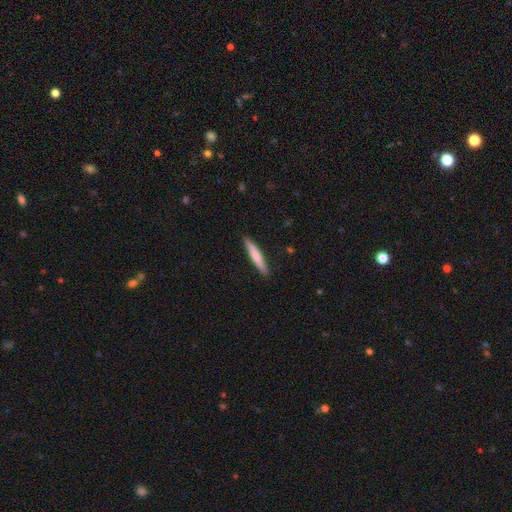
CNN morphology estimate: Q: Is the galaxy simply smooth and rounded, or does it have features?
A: smooth — 73%.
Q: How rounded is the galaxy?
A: cigar-shaped — 93%.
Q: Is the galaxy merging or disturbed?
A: none — 90%.